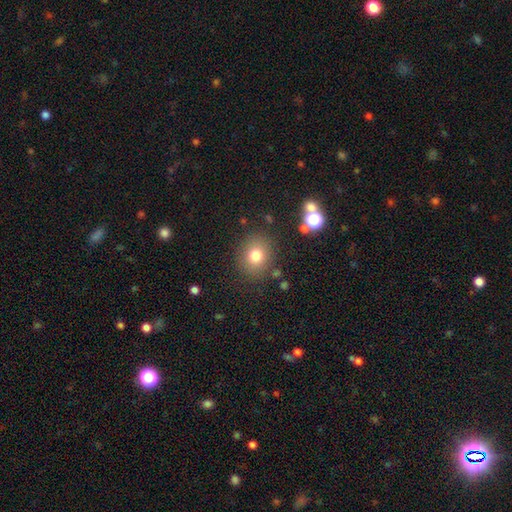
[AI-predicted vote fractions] smooth 77%, star or artifact 13%, featured or disk 10%. Down the decision tree: how rounded — round (71%); merging — none (84%).